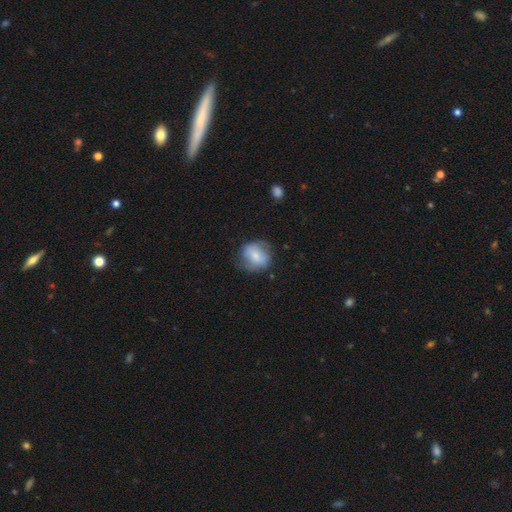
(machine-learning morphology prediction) smooth_or_featured: smooth (p=0.66) [alt: featured or disk p=0.27]
how_rounded: round (p=0.68) [alt: in between p=0.30]
merging: none (p=0.65) [alt: minor disturbance p=0.24]